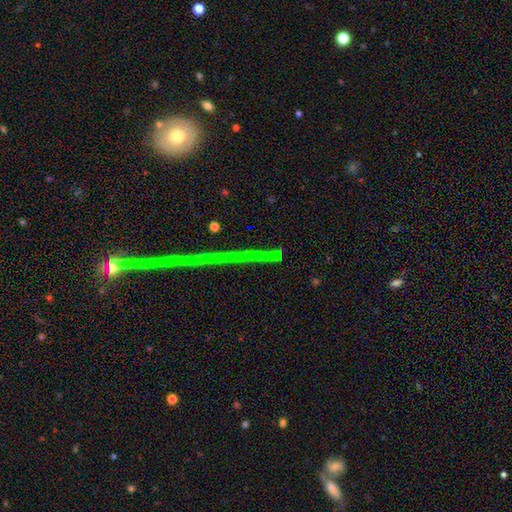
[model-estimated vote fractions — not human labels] This appears to be a star or artifact, not a galaxy (79%).